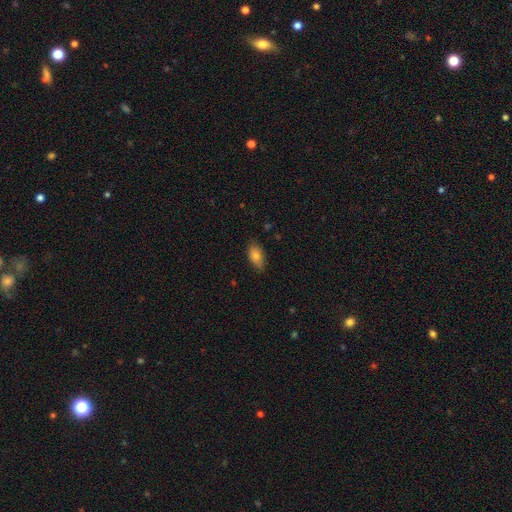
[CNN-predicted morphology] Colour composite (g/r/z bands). It shows a smooth galaxy with no disk features (77%) that is in between round and cigar-shaped (90%). Merging: none (77%).